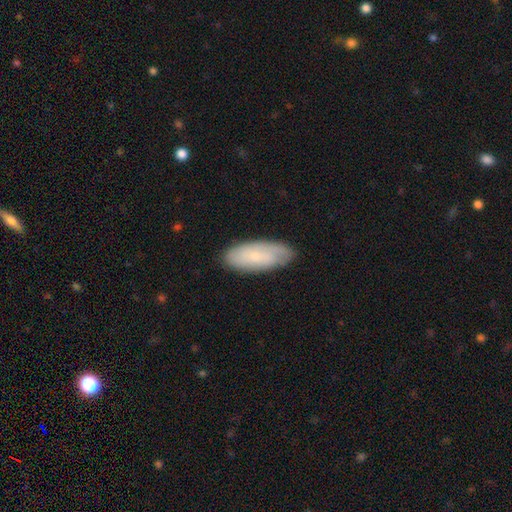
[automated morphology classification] type=smooth (58%); roundness=in between (79%); merging=none (79%).